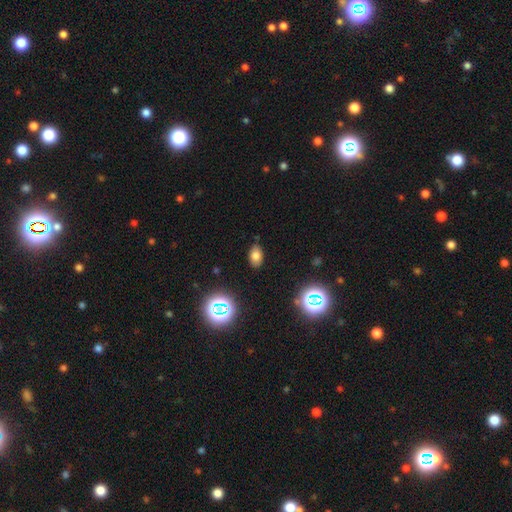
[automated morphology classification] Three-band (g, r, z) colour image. It shows a smooth galaxy with no disk features (73%) that is in between round and cigar-shaped (88%). Merging: none (85%).